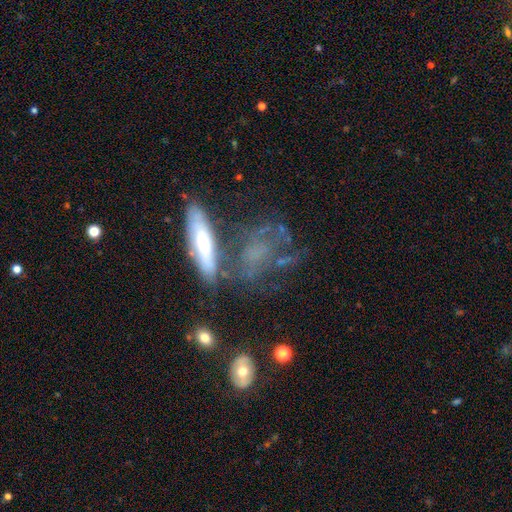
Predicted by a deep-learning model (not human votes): Smooth or featured? Predicted: featured or disk (p=0.58). Edge-on disk? Predicted: no (p=0.55). Merging? Predicted: none (p=0.48).